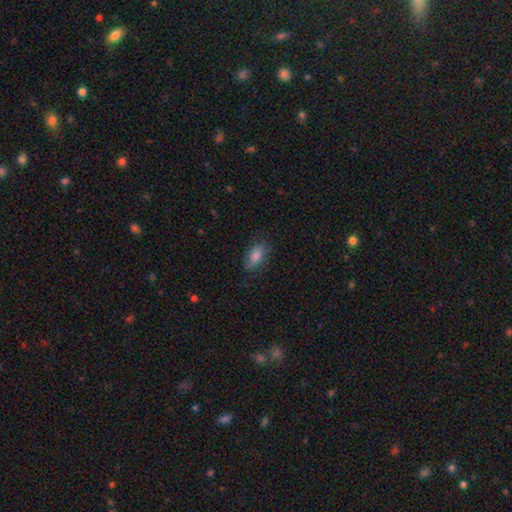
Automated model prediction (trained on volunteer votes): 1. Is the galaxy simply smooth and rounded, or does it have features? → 81% smooth, 11% featured or disk, 8% star or artifact.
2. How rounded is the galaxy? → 88% in between, 7% cigar-shaped, 5% round.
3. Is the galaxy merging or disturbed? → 76% none, 18% minor disturbance, 5% major disturbance, 1% merger.